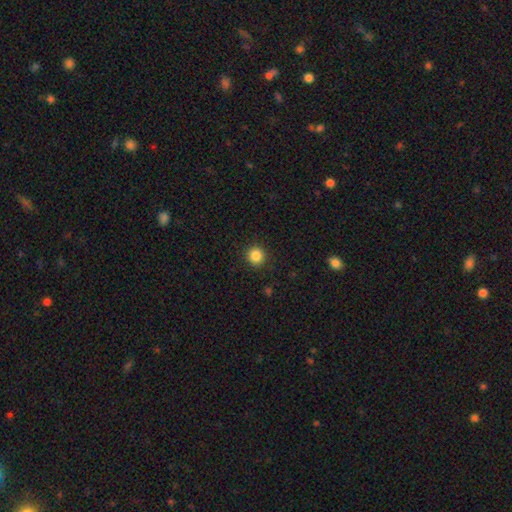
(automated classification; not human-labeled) smooth 85%, star or artifact 11%, featured or disk 4%. Down the decision tree: how rounded — round (94%); merging — none (91%).